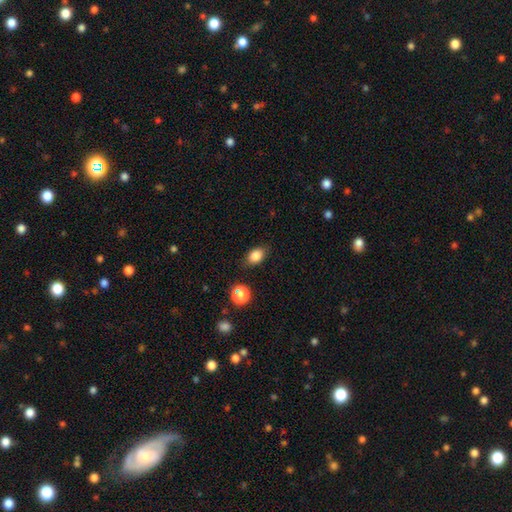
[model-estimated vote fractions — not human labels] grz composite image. It shows a smooth galaxy with no disk features (85%) that is in between round and cigar-shaped (74%). Merging: none (82%).